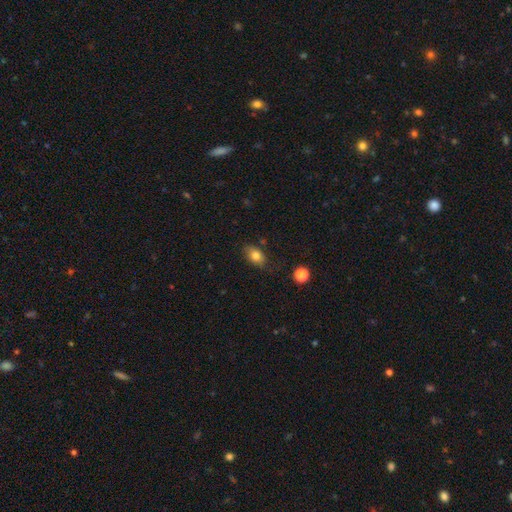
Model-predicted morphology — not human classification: Smooth or featured?
  - smooth: 80% *
  - featured or disk: 11%
  - star or artifact: 10%
How rounded?
  - in between: 80% *
  - round: 18%
  - cigar-shaped: 2%
Merging?
  - none: 74% *
  - minor disturbance: 19%
  - major disturbance: 4%
  - merger: 3%